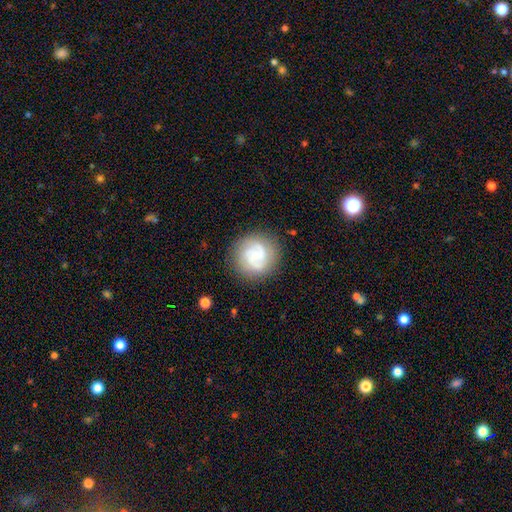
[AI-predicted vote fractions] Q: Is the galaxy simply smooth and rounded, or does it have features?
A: featured or disk — 74%.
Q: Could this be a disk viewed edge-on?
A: no — 98%.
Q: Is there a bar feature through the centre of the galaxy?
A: no — 49%.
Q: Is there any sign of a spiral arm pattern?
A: yes — 94%.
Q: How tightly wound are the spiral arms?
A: medium — 47%.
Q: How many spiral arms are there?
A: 2 — 74%.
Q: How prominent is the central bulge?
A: small — 67%.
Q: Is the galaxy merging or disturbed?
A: none — 83%.